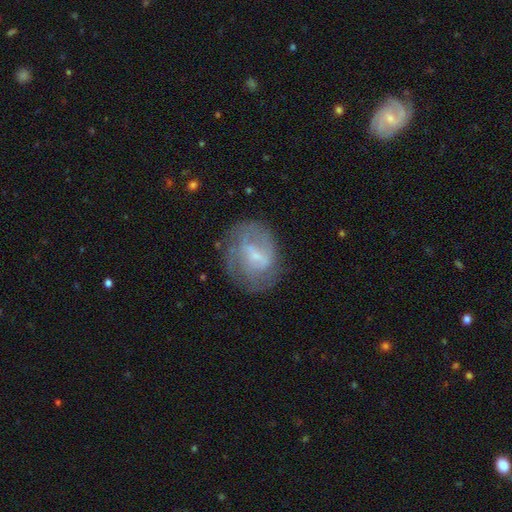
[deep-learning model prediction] Overall: featured or disk (66%; smooth 26%). Edge-on disk: no (96%). Bar: weak (53%; strong 24%). Spiral arms: yes (69%; no 31%). Bulge size: small (61%; moderate 22%). Merging: none (63%).